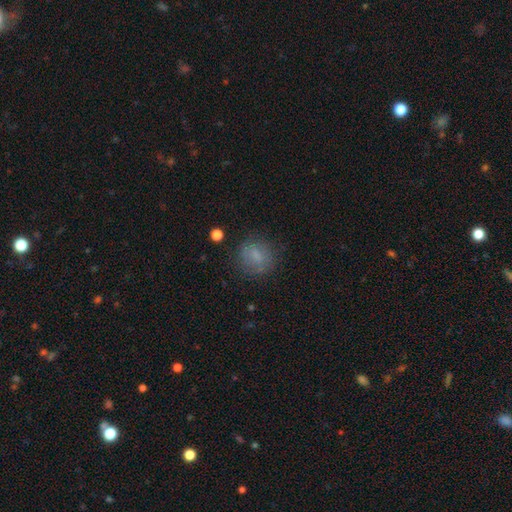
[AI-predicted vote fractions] Smooth or featured? smooth (73%)
How rounded? round (71%)
Merging? none (73%)